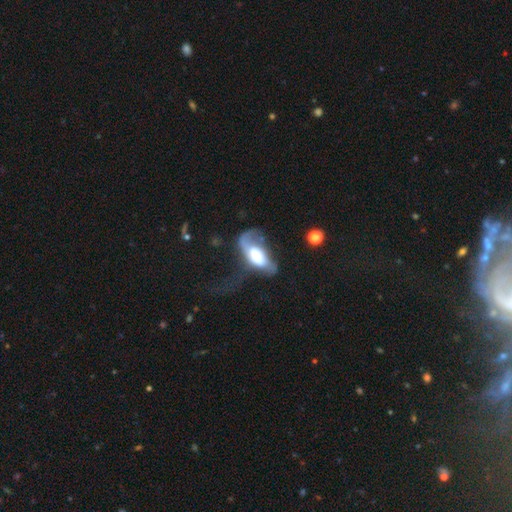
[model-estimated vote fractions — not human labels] featured or disk 52%, smooth 41%, star or artifact 6%. Down the decision tree: edge-on disk — no (87%); merging — major disturbance (50%).